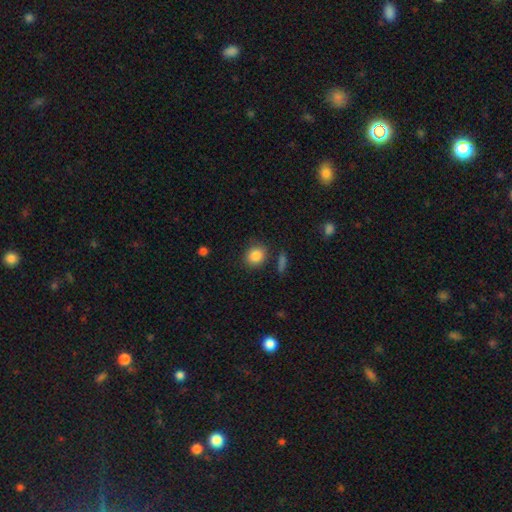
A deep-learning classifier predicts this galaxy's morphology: Overall: smooth (85%). How rounded: round (74%). Merging: none (83%).